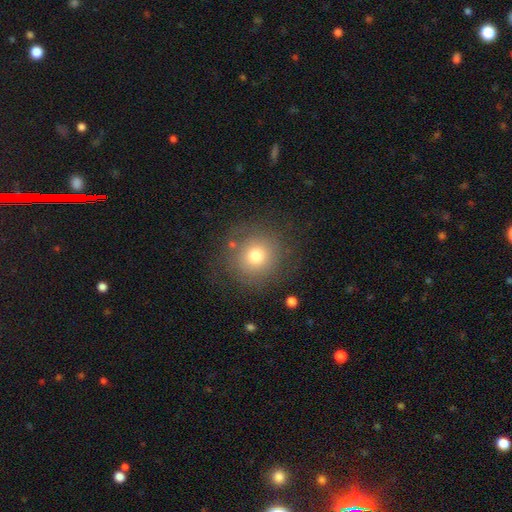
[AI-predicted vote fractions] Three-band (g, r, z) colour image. It shows a smooth galaxy with no disk features (71%) that is round (92%). Merging: none (78%).